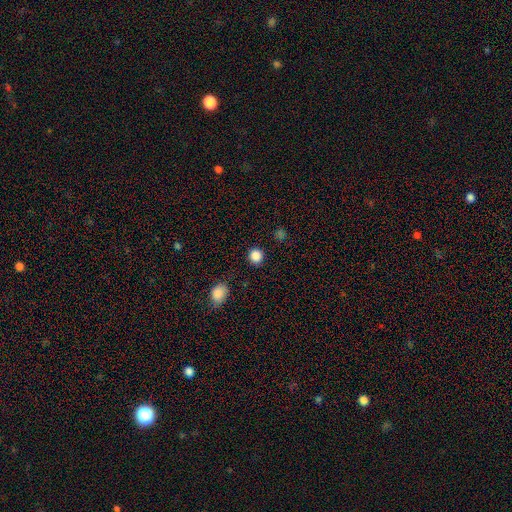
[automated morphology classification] type=smooth (86%); roundness=round (88%); merging=none (89%).